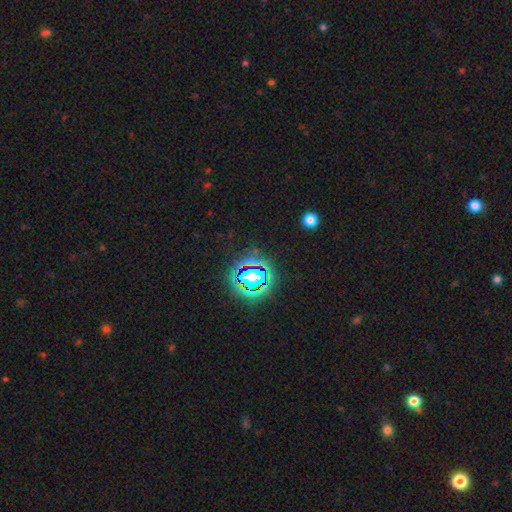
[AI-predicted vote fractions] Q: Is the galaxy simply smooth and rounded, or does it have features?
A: star or artifact — 82%.